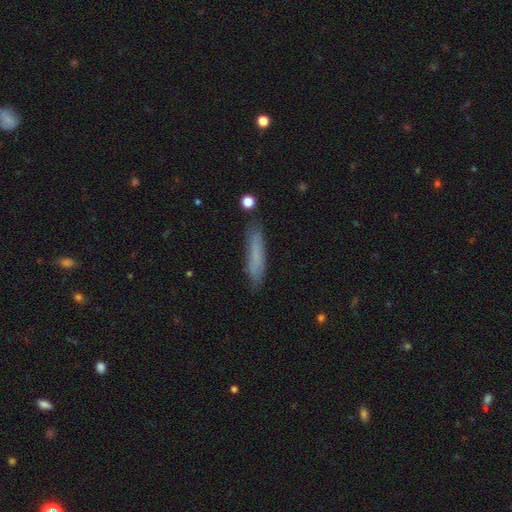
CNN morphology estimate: Smooth or featured: smooth — 73% (featured or disk — 19%)
How rounded: cigar-shaped — 89% (in between — 10%)
Merging: none — 82% (minor disturbance — 13%)